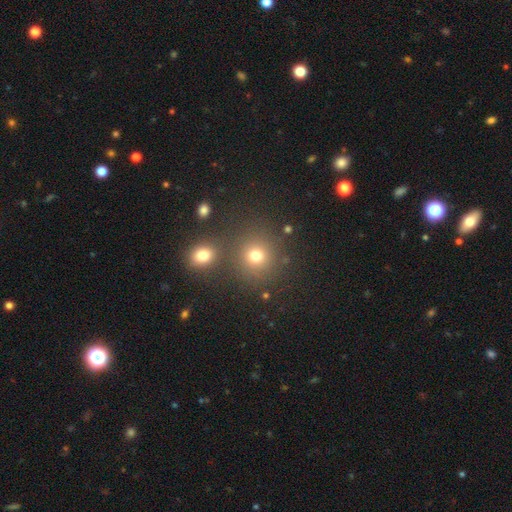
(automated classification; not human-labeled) Morphology: type=smooth (74%); roundness=round (87%); merging=none (76%).